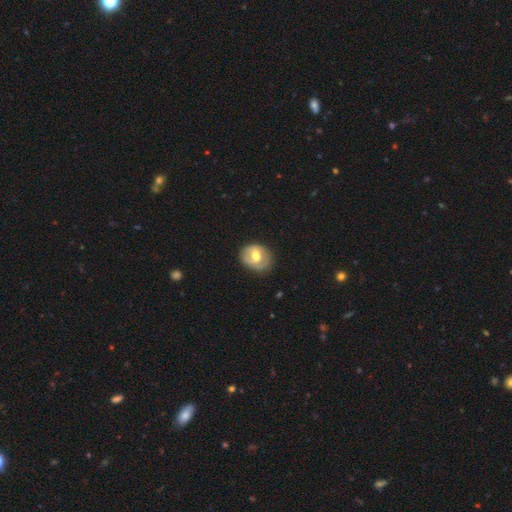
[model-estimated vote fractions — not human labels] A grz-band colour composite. It shows a smooth galaxy with no disk features (47%). Merging: none (69%).